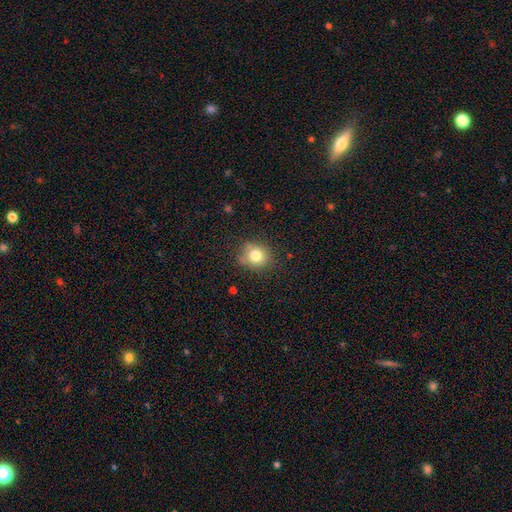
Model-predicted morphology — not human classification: type=smooth (79%); roundness=round (79%); merging=none (76%).